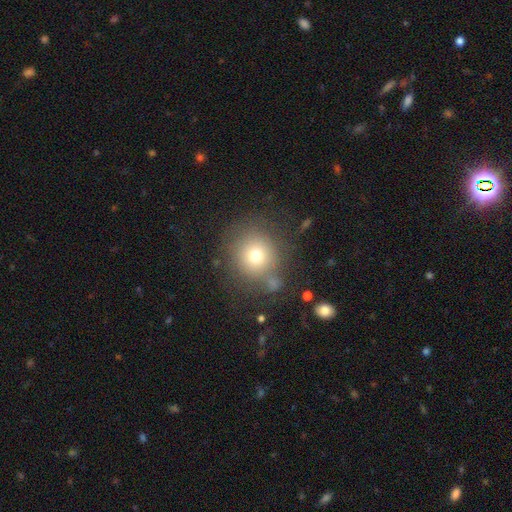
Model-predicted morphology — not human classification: A smooth galaxy with no disk features (71%) that is round (91%). Merging: none (75%).